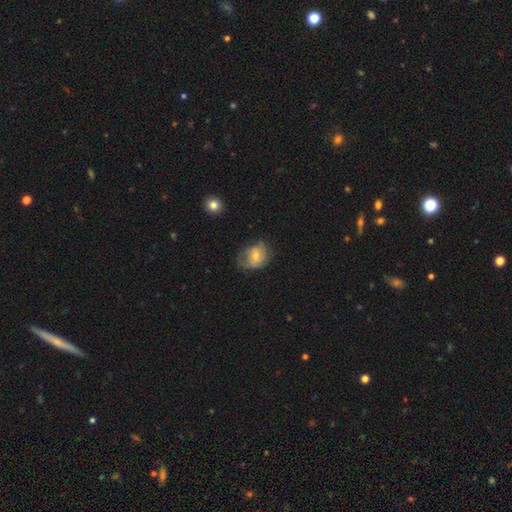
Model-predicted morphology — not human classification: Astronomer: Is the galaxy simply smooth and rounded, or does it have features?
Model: smooth — 53% (runner-up: featured or disk, 38%).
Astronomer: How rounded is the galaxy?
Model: in between — 55% (runner-up: round, 44%).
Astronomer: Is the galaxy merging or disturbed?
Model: none — 42% (runner-up: minor disturbance, 33%).